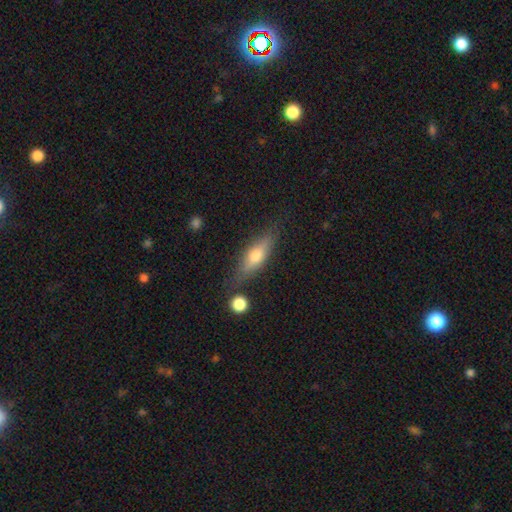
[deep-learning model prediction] A smooth galaxy with no disk features (50%).

Vote fractions:
- Smooth or featured? smooth: 50% / featured or disk: 43% / star or artifact: 7%
- Merging? none: 77% / minor disturbance: 15% / merger: 4% / major disturbance: 4%